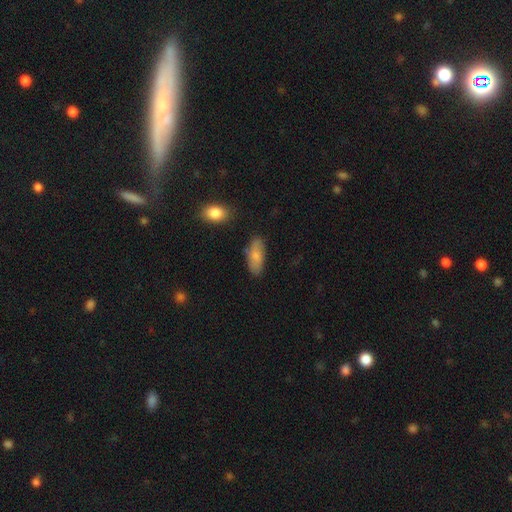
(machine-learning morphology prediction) A smooth galaxy with no disk features (78%) that is in between round and cigar-shaped (84%).

Vote fractions:
- Smooth or featured? smooth: 78% / featured or disk: 16% / star or artifact: 6%
- How rounded? in between: 84% / cigar-shaped: 14% / round: 2%
- Merging? none: 74% / minor disturbance: 19% / major disturbance: 4% / merger: 3%